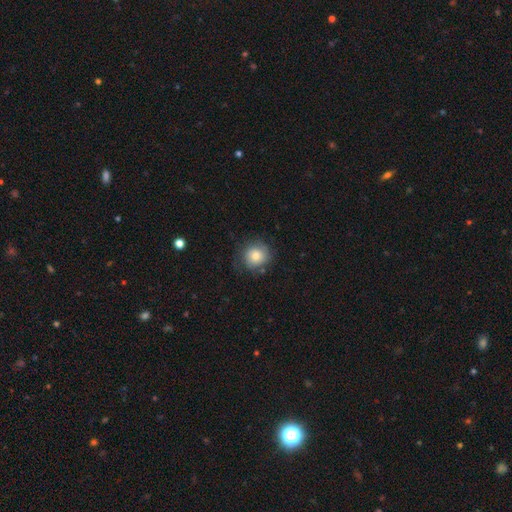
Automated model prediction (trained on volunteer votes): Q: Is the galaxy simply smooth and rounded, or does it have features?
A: smooth — 72%.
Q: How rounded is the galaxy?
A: round — 89%.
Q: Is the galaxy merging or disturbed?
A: none — 72%.